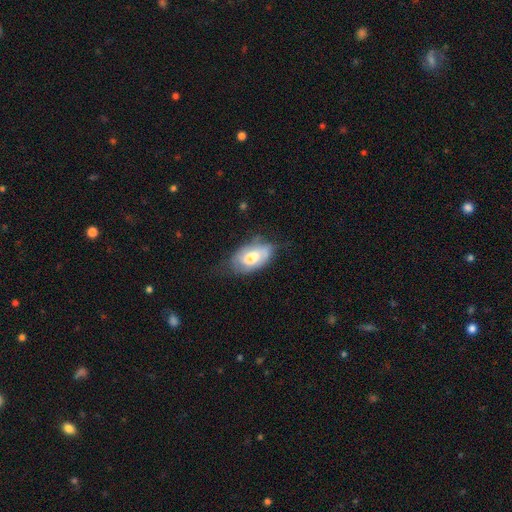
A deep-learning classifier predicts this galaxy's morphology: Smooth or featured: smooth — 54% (featured or disk — 39%)
How rounded: in between — 93% (round — 5%)
Merging: none — 52% (minor disturbance — 34%)